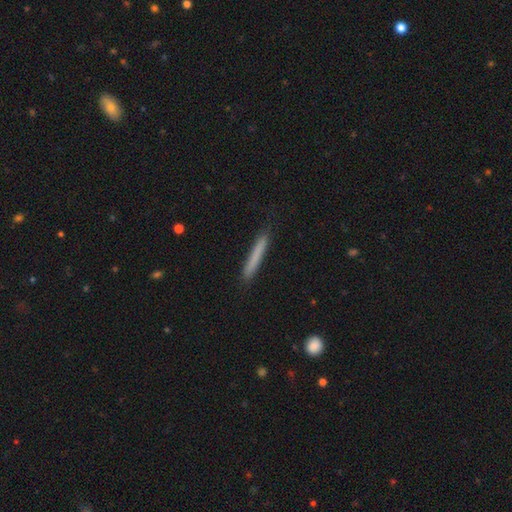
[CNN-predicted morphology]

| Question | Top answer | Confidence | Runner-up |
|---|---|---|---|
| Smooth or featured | smooth | 74% | featured or disk (19%) |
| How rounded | cigar-shaped | 96% | in between (2%) |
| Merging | none | 87% | minor disturbance (10%) |